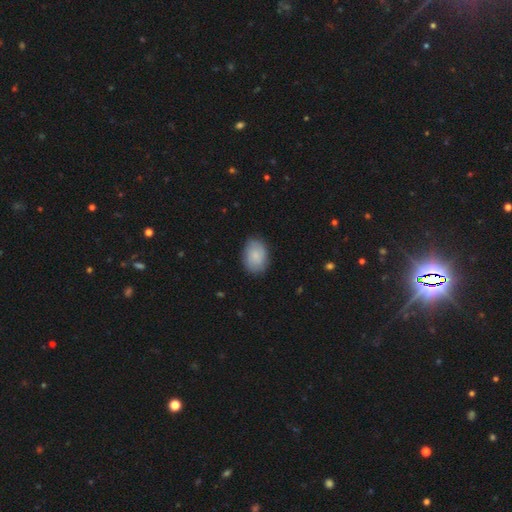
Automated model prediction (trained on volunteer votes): Smooth or featured? smooth (69%)
How rounded? in between (79%)
Merging? none (83%)